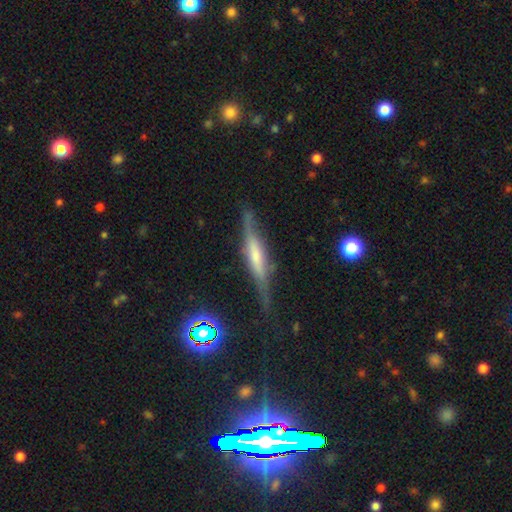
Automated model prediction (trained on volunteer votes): Q: Smooth or featured?
A: featured or disk (67%); runner-up: smooth (25%)
Q: Edge-on disk?
A: yes (92%); runner-up: no (8%)
Q: Edge-on bulge?
A: rounded (43%); runner-up: boxy (38%)
Q: Merging?
A: none (71%); runner-up: minor disturbance (20%)